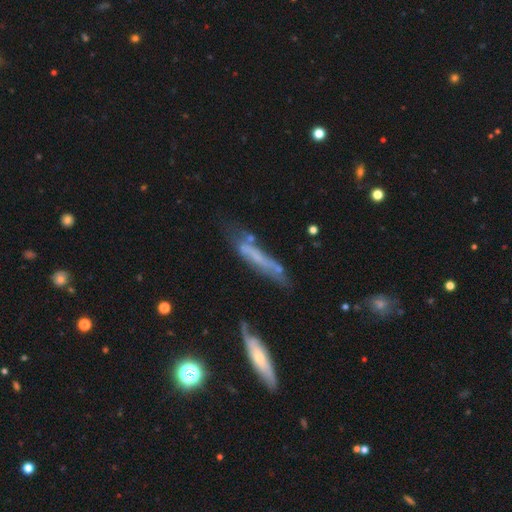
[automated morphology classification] A featured or disk galaxy (49%). Merging: none (45%).